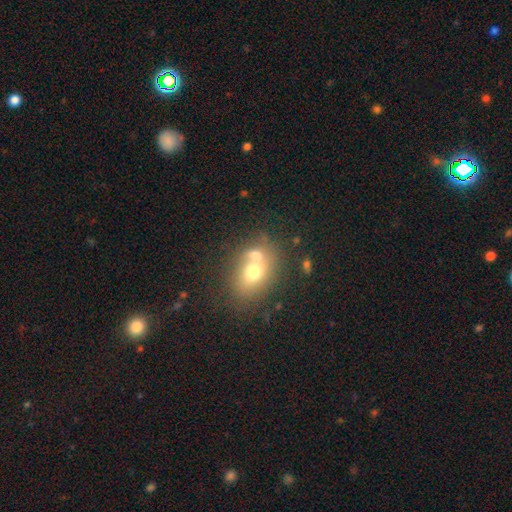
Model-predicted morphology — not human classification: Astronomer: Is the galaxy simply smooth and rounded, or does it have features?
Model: smooth — 66%.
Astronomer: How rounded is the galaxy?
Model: in between — 60% (runner-up: round, 39%).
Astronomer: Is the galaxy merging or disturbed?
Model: merger — 53% (runner-up: none, 32%).